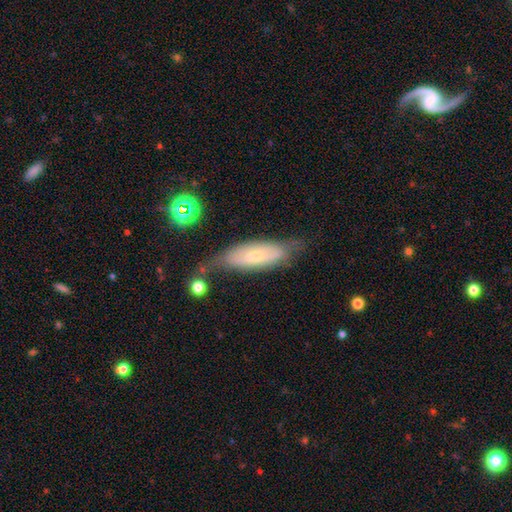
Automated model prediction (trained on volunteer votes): smooth-or-featured: featured or disk: 47% | smooth: 45% | star or artifact: 8%
  merging: none: 54% | minor disturbance: 29% | major disturbance: 12% | merger: 5%